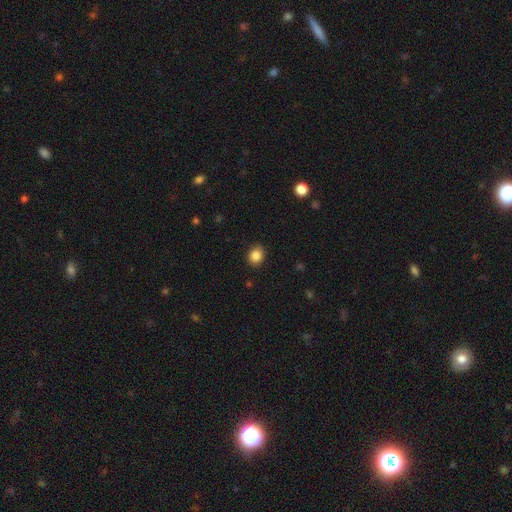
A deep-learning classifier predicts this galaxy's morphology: This appears to be a smooth galaxy with no disk features (86%) that is round (68%). Merging: none (87%).